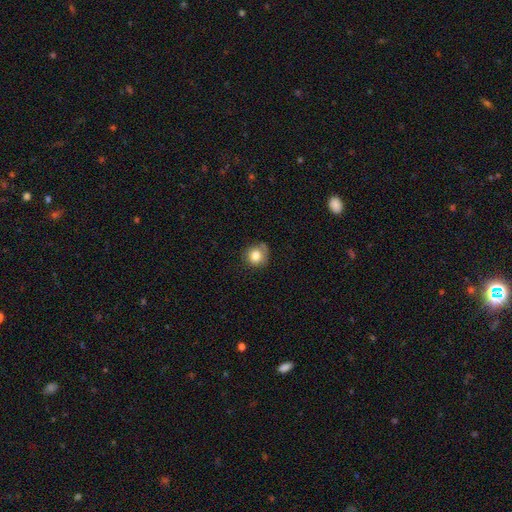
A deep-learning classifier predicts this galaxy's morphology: Overall: smooth (79%). How rounded: round (82%). Merging: none (62%; minor disturbance 27%).